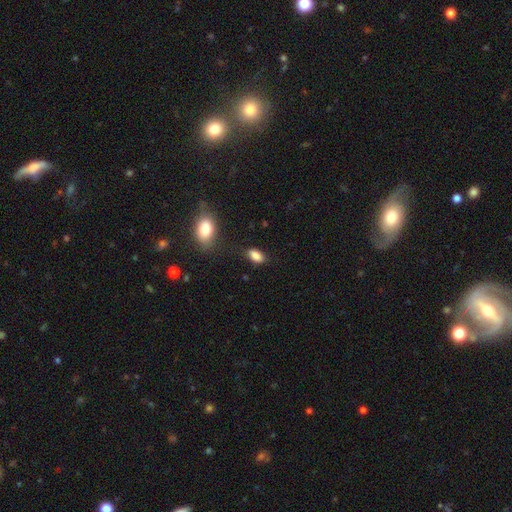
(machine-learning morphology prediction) Smooth or featured: smooth — 87% (star or artifact — 9%)
How rounded: in between — 90% (round — 6%)
Merging: none — 77% (minor disturbance — 16%)